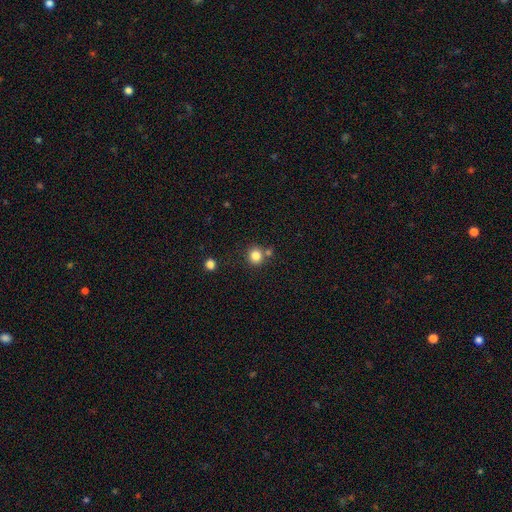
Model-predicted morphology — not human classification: type=smooth (83%); roundness=round (90%); merging=none (73%).